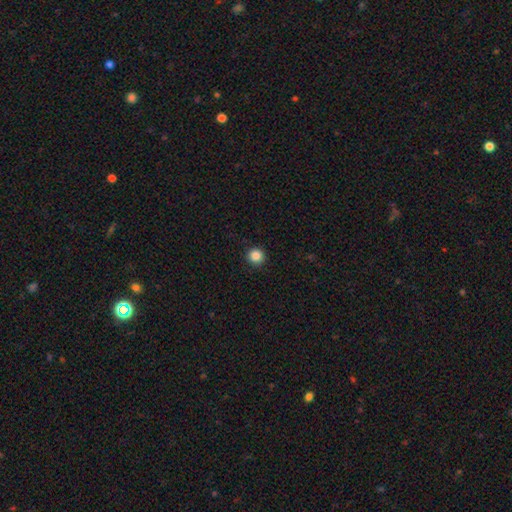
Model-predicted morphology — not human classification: This is clearly a smooth galaxy (87%). How rounded: clearly round (95%). Merging: clearly none (92%).